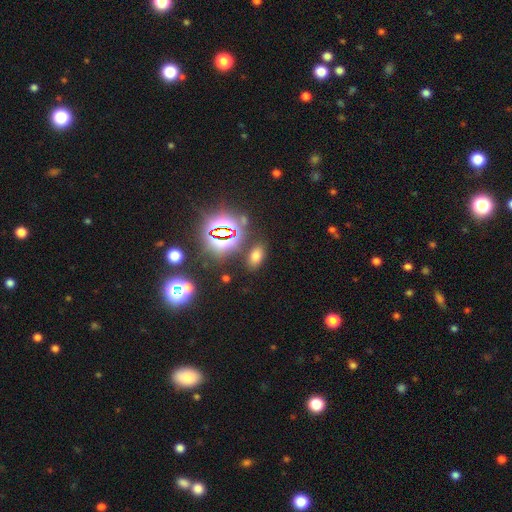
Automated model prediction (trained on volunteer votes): Smooth or featured: smooth — 58% (star or artifact — 33%)
How rounded: in between — 86% (round — 11%)
Merging: none — 83% (minor disturbance — 9%)